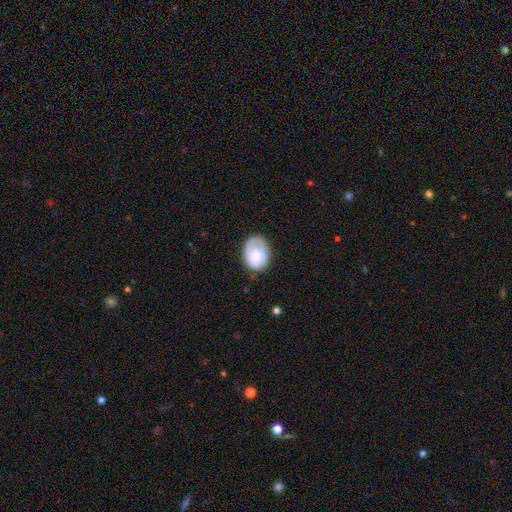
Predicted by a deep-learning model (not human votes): A smooth galaxy with no disk features (61%) that is in between round and cigar-shaped (67%).

Vote fractions:
- Smooth or featured? smooth: 61% / featured or disk: 32% / star or artifact: 7%
- How rounded? in between: 67% / round: 32% / cigar-shaped: 1%
- Merging? none: 63% / minor disturbance: 25% / major disturbance: 10% / merger: 2%